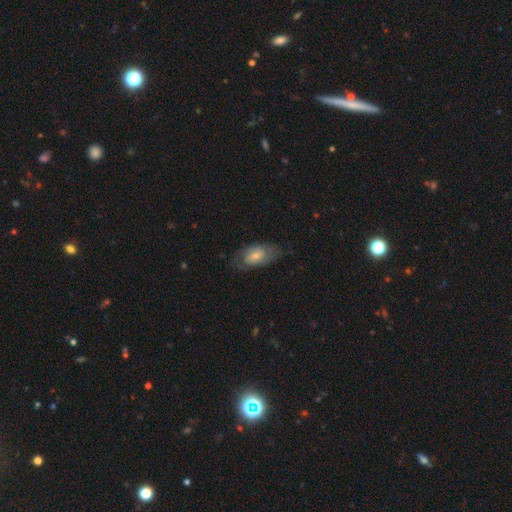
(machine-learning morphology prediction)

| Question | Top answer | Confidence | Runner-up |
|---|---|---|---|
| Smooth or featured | smooth | 55% | featured or disk (38%) |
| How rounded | in between | 90% | round (6%) |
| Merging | none | 67% | minor disturbance (23%) |